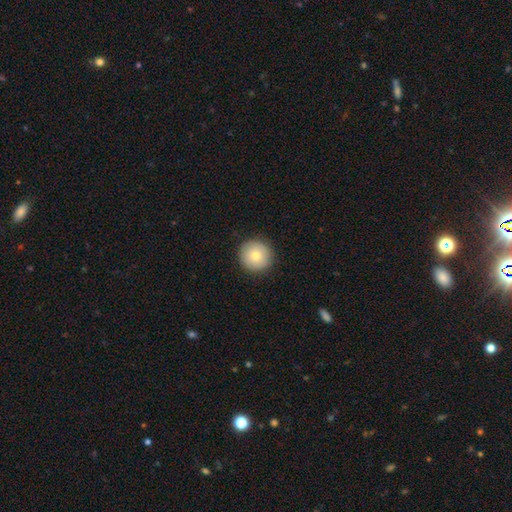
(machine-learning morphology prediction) Q: Smooth or featured?
A: smooth (78%); runner-up: featured or disk (13%)
Q: How rounded?
A: round (96%); runner-up: in between (3%)
Q: Merging?
A: none (91%); runner-up: minor disturbance (7%)